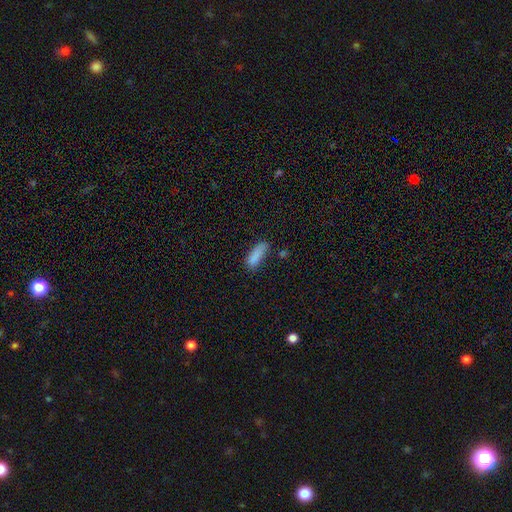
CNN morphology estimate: A smooth galaxy with no disk features (84%) that is in between round and cigar-shaped (54%).

Vote fractions:
- Smooth or featured? smooth: 84% / star or artifact: 9% / featured or disk: 7%
- How rounded? in between: 54% / cigar-shaped: 44% / round: 2%
- Merging? none: 59% / minor disturbance: 26% / major disturbance: 9% / merger: 6%